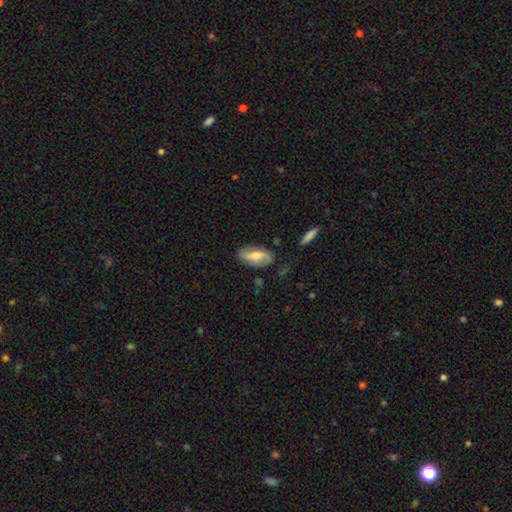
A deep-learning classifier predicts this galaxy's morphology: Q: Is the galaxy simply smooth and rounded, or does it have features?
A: featured or disk — 47%.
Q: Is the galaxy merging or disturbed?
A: none — 77%.